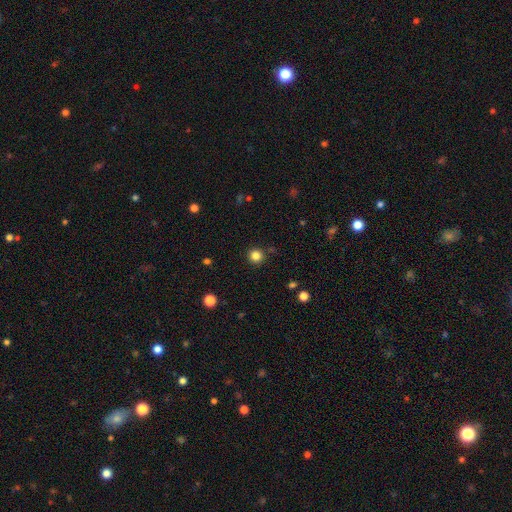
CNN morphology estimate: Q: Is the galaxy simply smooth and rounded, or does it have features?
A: smooth — 83%.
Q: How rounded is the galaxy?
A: round — 95%.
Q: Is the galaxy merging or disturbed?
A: none — 90%.